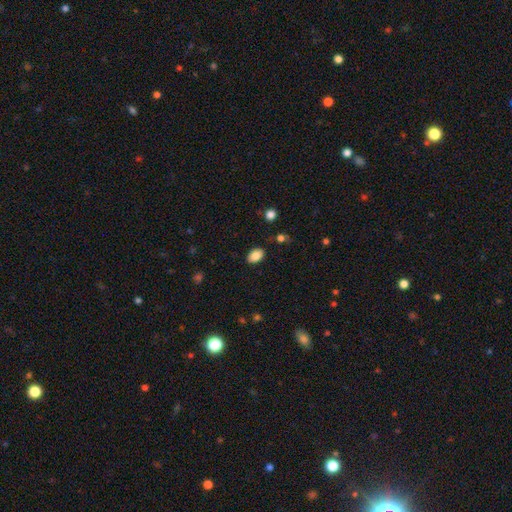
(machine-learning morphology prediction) Smooth or featured? Predicted: smooth (p=0.85). How rounded? Predicted: in between (p=0.87). Merging? Predicted: none (p=0.86).